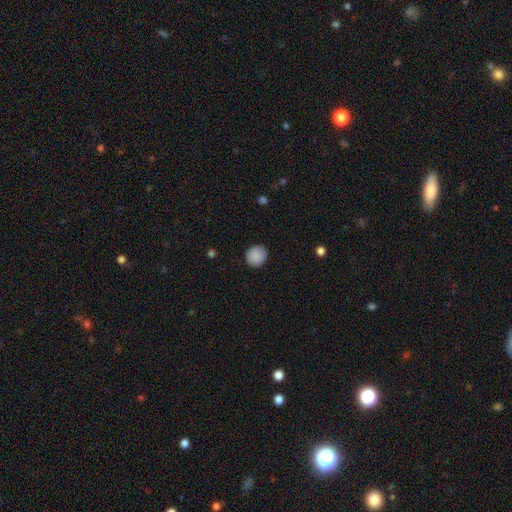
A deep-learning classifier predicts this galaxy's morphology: Q: Smooth or featured?
A: smooth (89%); runner-up: star or artifact (8%)
Q: How rounded?
A: round (89%); runner-up: in between (10%)
Q: Merging?
A: none (90%); runner-up: minor disturbance (7%)